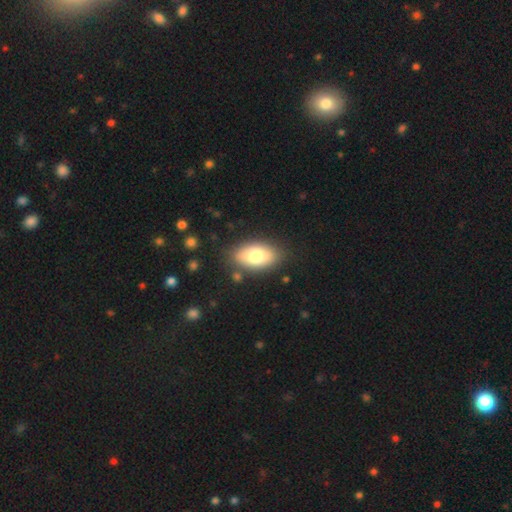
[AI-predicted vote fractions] A smooth galaxy with no disk features (75%) that is in between round and cigar-shaped (91%). Merging: none (83%).